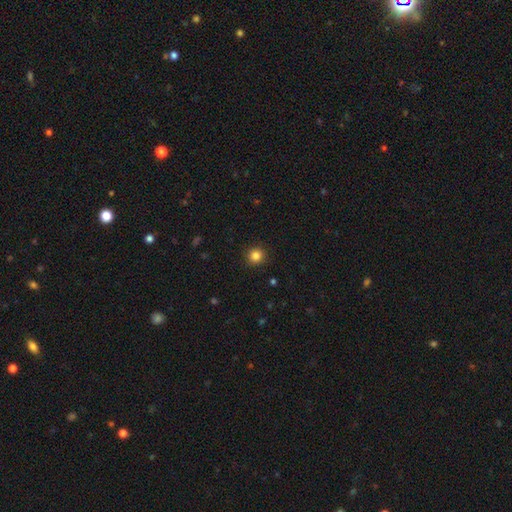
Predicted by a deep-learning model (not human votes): Smooth or featured? smooth (84%)
How rounded? round (95%)
Merging? none (92%)